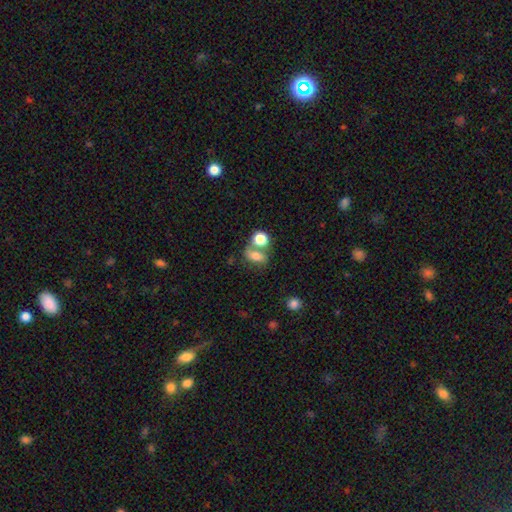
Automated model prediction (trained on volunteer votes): Overall: smooth (68%). How rounded: in between (66%; round 30%). Merging: merger (41%; none 39%).